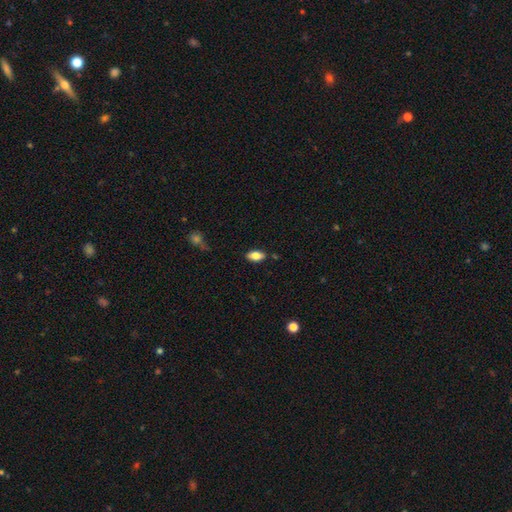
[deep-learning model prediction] A smooth galaxy with no disk features (80%) that is in between round and cigar-shaped (91%).

Vote fractions:
- Smooth or featured? smooth: 80% / featured or disk: 12% / star or artifact: 8%
- How rounded? in between: 91% / cigar-shaped: 5% / round: 4%
- Merging? none: 83% / minor disturbance: 12% / merger: 3% / major disturbance: 2%